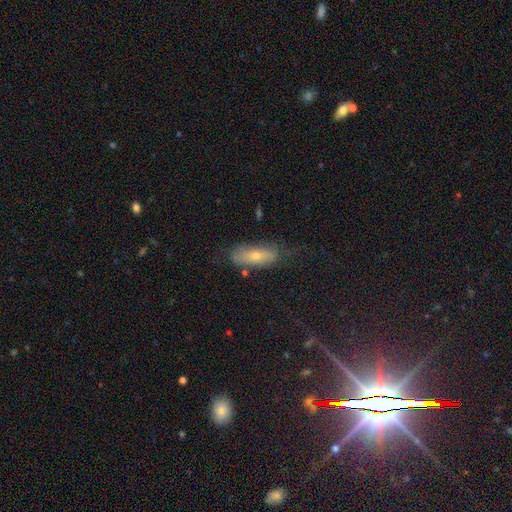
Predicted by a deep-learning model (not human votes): This appears to be a smooth galaxy with no disk features (61%) that is in between round and cigar-shaped (67%). Merging: none (64%).